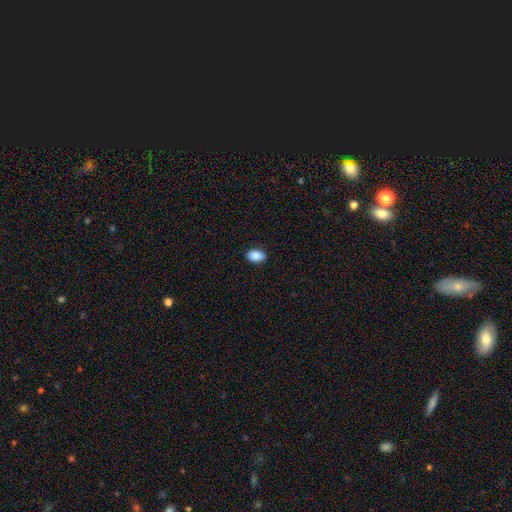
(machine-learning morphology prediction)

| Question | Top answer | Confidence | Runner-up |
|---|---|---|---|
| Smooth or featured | smooth | 89% | star or artifact (7%) |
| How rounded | in between | 91% | round (8%) |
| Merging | none | 89% | minor disturbance (8%) |